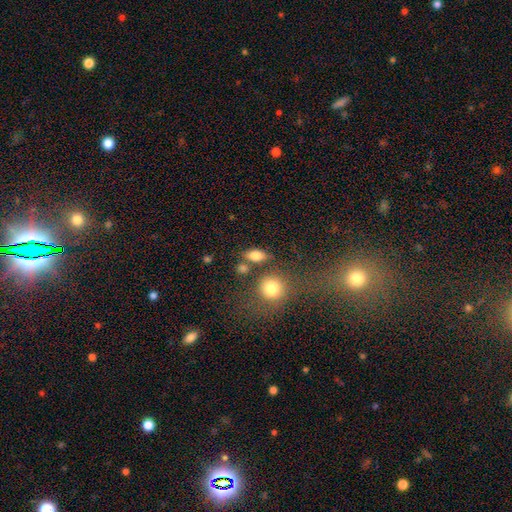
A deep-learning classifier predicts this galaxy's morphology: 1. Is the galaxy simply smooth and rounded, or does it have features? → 80% smooth, 10% featured or disk, 10% star or artifact.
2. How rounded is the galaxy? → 78% in between, 17% round, 6% cigar-shaped.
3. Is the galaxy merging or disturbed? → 67% none, 14% merger, 13% minor disturbance, 6% major disturbance.